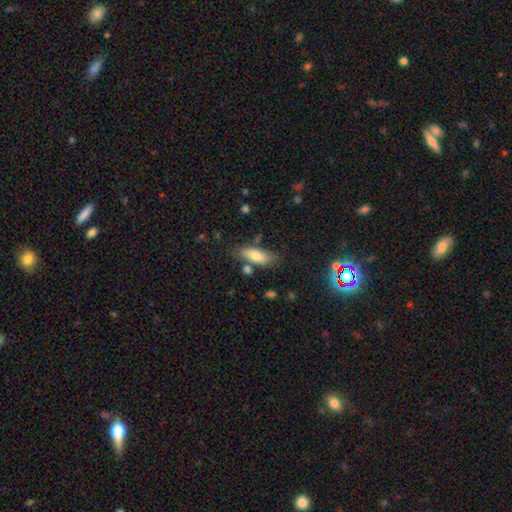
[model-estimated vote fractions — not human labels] Q: Smooth or featured?
A: smooth (75%); runner-up: featured or disk (17%)
Q: How rounded?
A: in between (72%); runner-up: cigar-shaped (26%)
Q: Merging?
A: none (73%); runner-up: minor disturbance (15%)